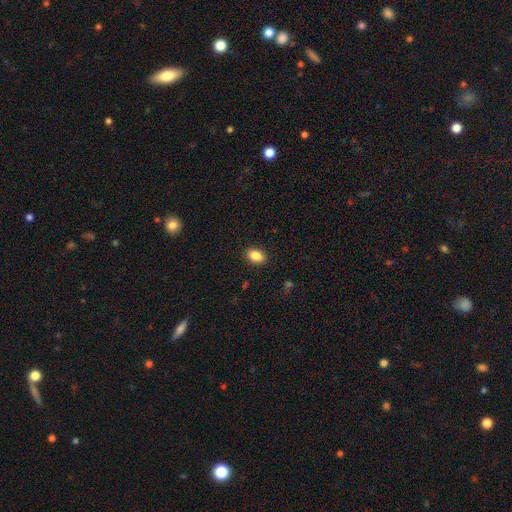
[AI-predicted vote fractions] smooth 87%, star or artifact 8%, featured or disk 5%. Down the decision tree: how rounded — in between (85%); merging — none (89%).